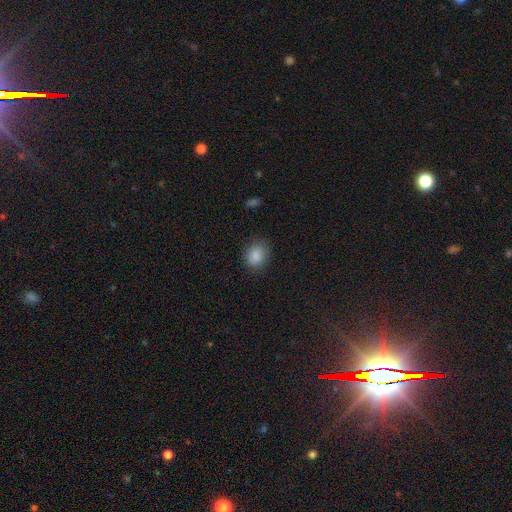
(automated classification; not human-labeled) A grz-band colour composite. It shows a smooth galaxy with no disk features (87%) that is round (57%). Merging: none (84%).